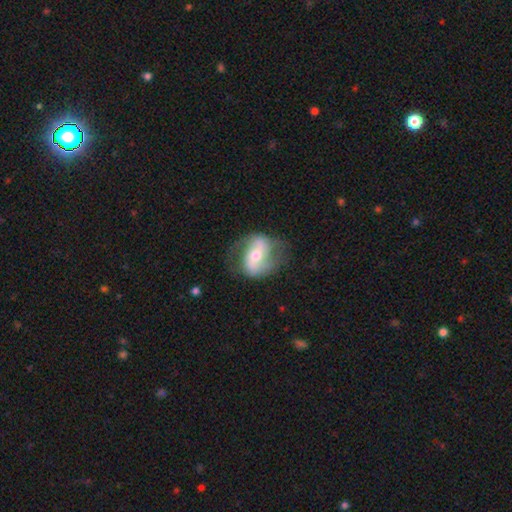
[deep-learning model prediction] Q: Smooth or featured?
A: featured or disk (71%); runner-up: smooth (23%)
Q: Edge-on disk?
A: no (94%); runner-up: yes (6%)
Q: Bar?
A: strong (36%); runner-up: weak (34%)
Q: Spiral arms?
A: yes (80%); runner-up: no (20%)
Q: Spiral winding?
A: loose (44%); runner-up: medium (40%)
Q: Spiral arm count?
A: 2 (85%); runner-up: can't tell (8%)
Q: Bulge size?
A: moderate (67%); runner-up: small (24%)
Q: Merging?
A: none (65%); runner-up: minor disturbance (20%)